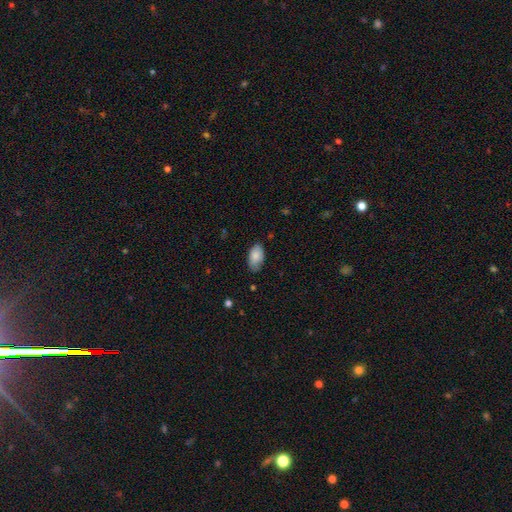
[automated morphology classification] Q: Smooth or featured?
A: smooth (83%); runner-up: featured or disk (11%)
Q: How rounded?
A: in between (94%); runner-up: round (4%)
Q: Merging?
A: none (74%); runner-up: minor disturbance (22%)